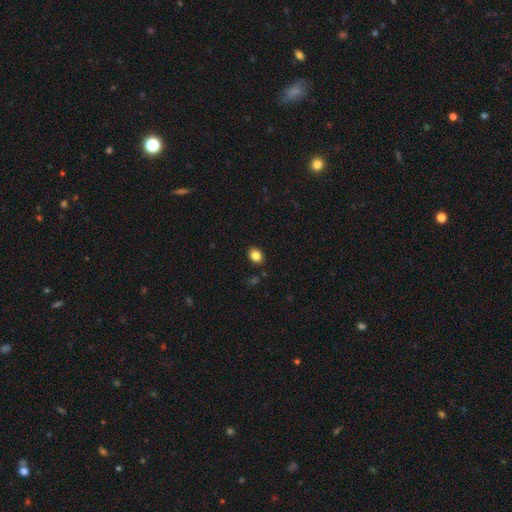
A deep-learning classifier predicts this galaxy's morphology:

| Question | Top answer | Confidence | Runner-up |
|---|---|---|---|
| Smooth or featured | smooth | 84% | star or artifact (10%) |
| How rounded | in between | 58% | round (41%) |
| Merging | none | 87% | minor disturbance (9%) |